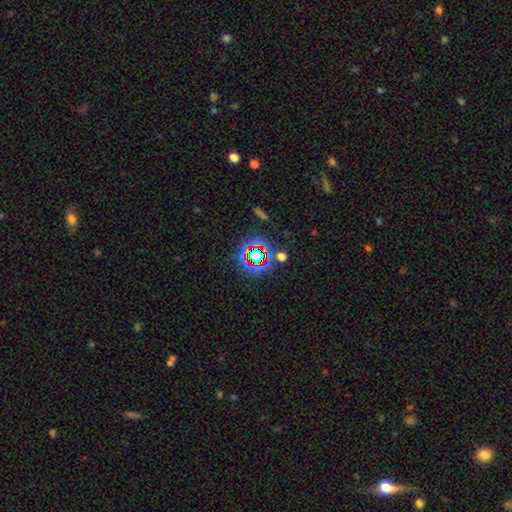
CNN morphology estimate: Smooth or featured?
  - star or artifact: 62% *
  - smooth: 24%
  - featured or disk: 14%